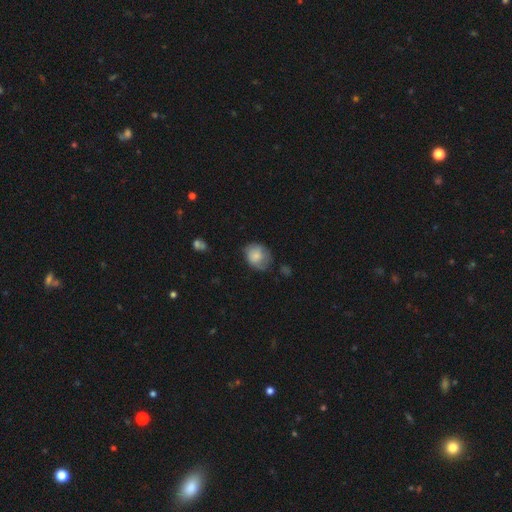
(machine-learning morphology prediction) Overall: smooth (73%). How rounded: round (57%; in between 42%). Merging: none (50%; minor disturbance 33%).